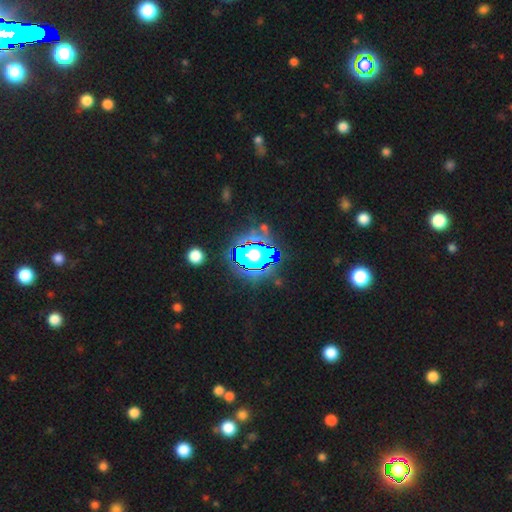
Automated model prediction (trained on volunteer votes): Smooth or featured? Predicted: star or artifact (p=0.82).